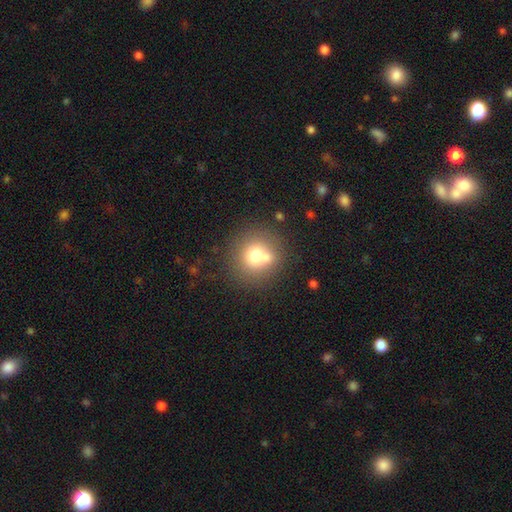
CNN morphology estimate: type=smooth (70%); roundness=round (89%); merging=none (60%).